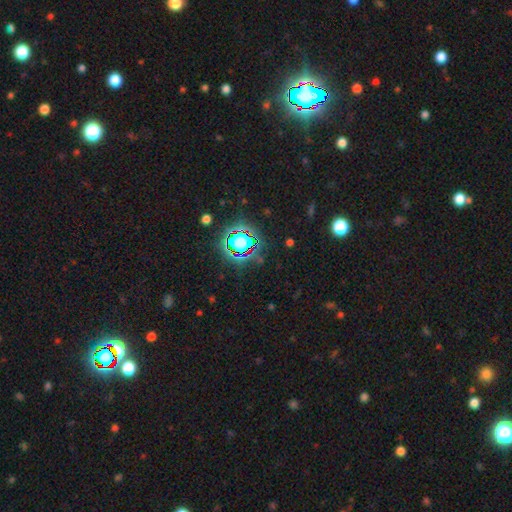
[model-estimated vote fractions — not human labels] The model was most divided on "smooth or featured": star or artifact: 83%, smooth: 10%, featured or disk: 7%.